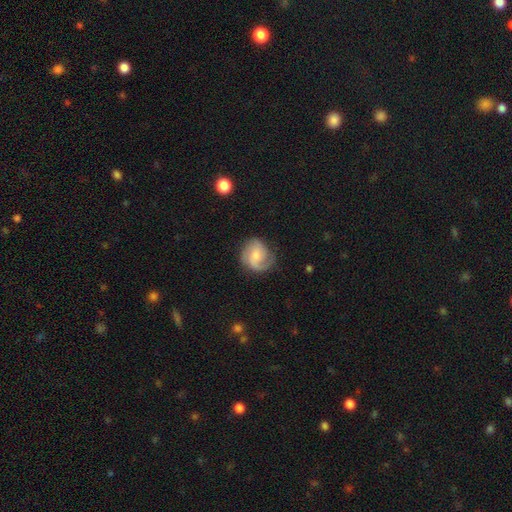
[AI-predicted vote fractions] Q: Smooth or featured?
A: featured or disk (69%); runner-up: smooth (25%)
Q: Edge-on disk?
A: no (98%); runner-up: yes (2%)
Q: Bar?
A: no (53%); runner-up: weak (40%)
Q: Spiral arms?
A: yes (94%); runner-up: no (6%)
Q: Spiral winding?
A: medium (47%); runner-up: tight (29%)
Q: Spiral arm count?
A: 2 (59%); runner-up: 3 (14%)
Q: Bulge size?
A: small (48%); runner-up: moderate (41%)
Q: Merging?
A: none (71%); runner-up: minor disturbance (19%)